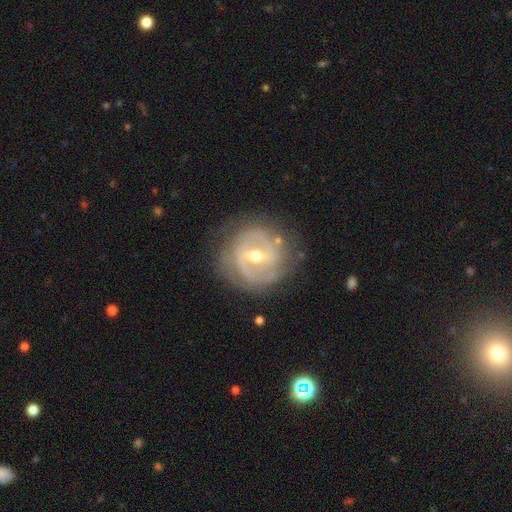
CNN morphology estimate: A featured or disk galaxy (84%) with a weak bar (45%), 2 (62%) tight (49%) spiral arms (89%) and a moderate central bulge (60%).

Vote fractions:
- Smooth or featured? featured or disk: 84% / smooth: 11% / star or artifact: 6%
- Edge-on disk? no: 96% / yes: 4%
- Bar? weak: 45% / strong: 42% / no: 13%
- Spiral arms? yes: 89% / no: 11%
- Spiral winding? tight: 49% / medium: 38% / loose: 13%
- Spiral arm count? 2: 62% / can't tell: 18% / 3: 11% / 1: 4% / 4: 3% / more than 4: 2%
- Bulge size? moderate: 60% / small: 36% / large: 2% / none: 1% / dominant: 1%
- Merging? none: 78% / minor disturbance: 14% / major disturbance: 6% / merger: 2%